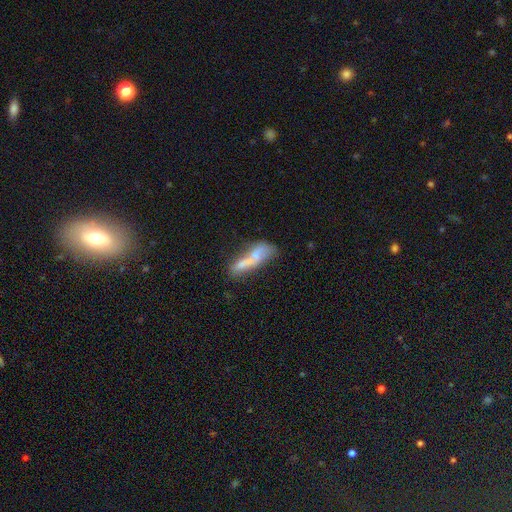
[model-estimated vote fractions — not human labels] smooth 56%, featured or disk 35%, star or artifact 9%. Down the decision tree: how rounded — cigar-shaped (63%); merging — none (34%).